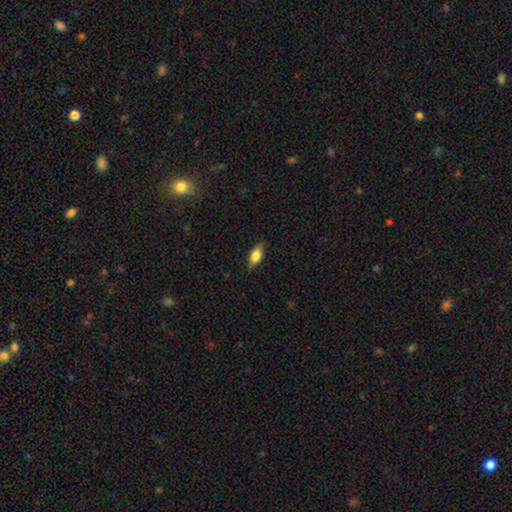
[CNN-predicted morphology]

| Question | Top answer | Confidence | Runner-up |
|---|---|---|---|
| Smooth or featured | smooth | 78% | featured or disk (15%) |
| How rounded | in between | 85% | cigar-shaped (10%) |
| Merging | none | 83% | minor disturbance (14%) |